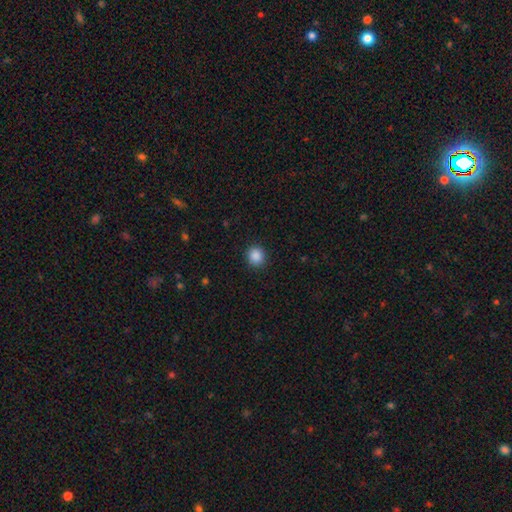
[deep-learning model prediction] The model was most divided on "how rounded": round: 87%, in between: 12%, cigar-shaped: 1%. More confident: merging — none (91%); smooth or featured — smooth (88%).